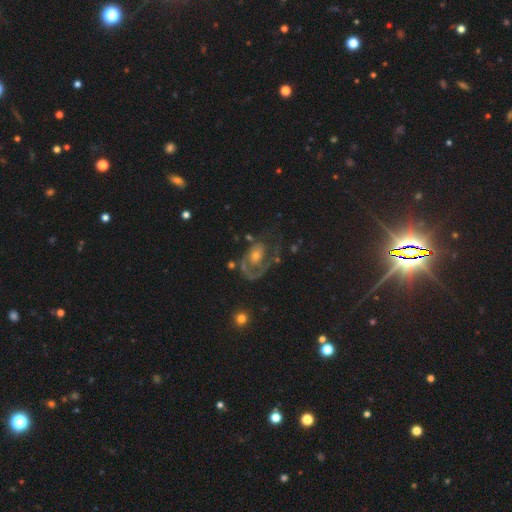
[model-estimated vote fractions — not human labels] This appears to be a featured or disk galaxy (77%) with no bar (74%), 1 (61%) tight (43%) spiral arms (83%) and a moderate central bulge (50%). Merging: none (50%).